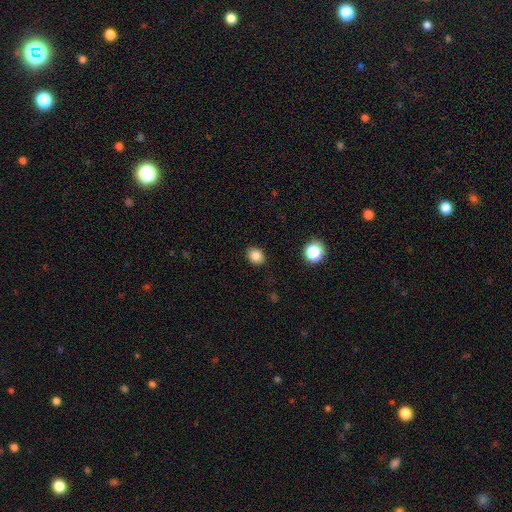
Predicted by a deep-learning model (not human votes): A smooth galaxy with no disk features (85%) that is in between round and cigar-shaped (51%). Merging: none (88%).